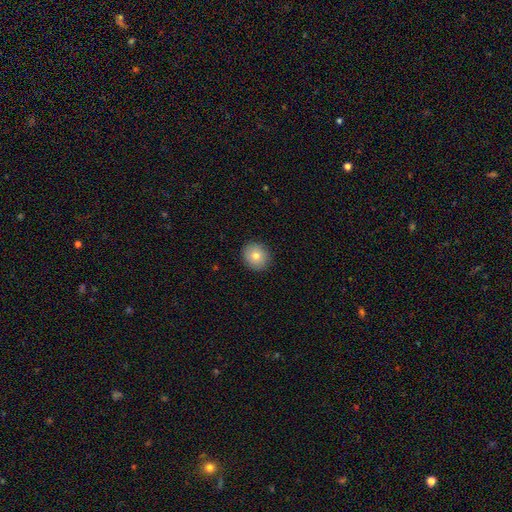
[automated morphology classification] A smooth galaxy with no disk features (81%) that is round (77%). Merging: none (90%).